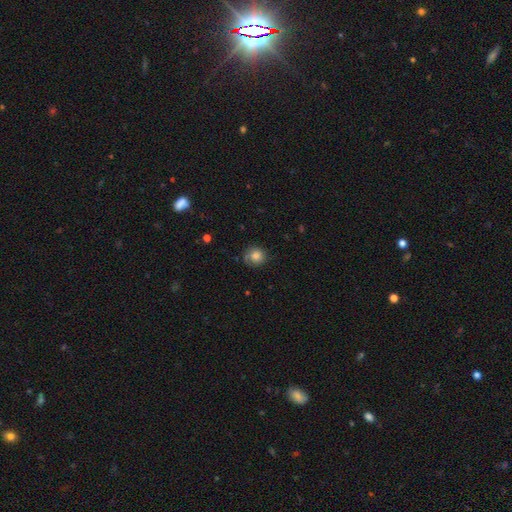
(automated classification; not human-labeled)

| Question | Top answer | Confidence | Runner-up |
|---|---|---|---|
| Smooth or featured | smooth | 74% | featured or disk (17%) |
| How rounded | round | 85% | in between (14%) |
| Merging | none | 70% | minor disturbance (21%) |